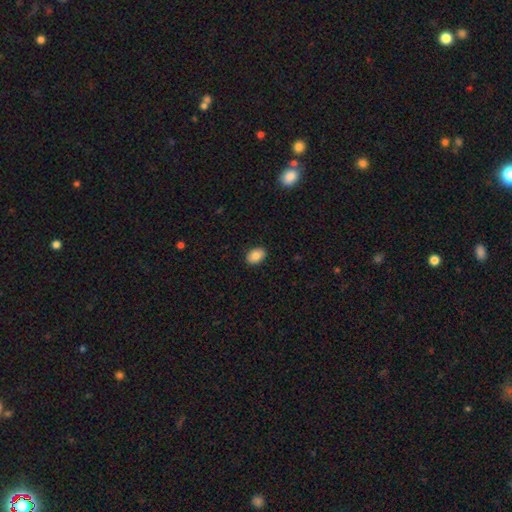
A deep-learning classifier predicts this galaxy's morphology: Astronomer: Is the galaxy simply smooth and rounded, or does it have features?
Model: smooth — 85%.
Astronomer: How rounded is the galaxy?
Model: in between — 75%.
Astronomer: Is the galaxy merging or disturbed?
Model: none — 90%.